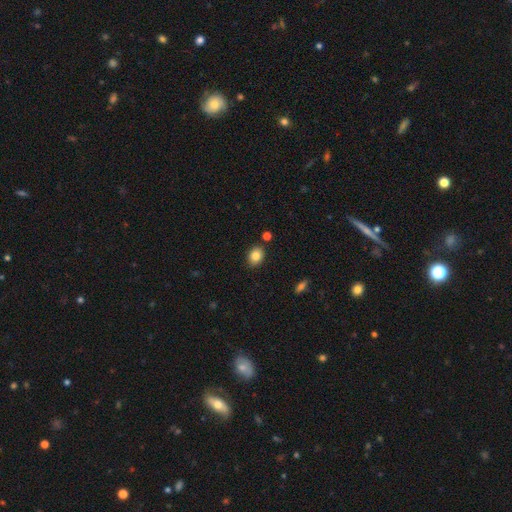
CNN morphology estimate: A smooth galaxy with no disk features (85%) that is in between round and cigar-shaped (62%).

Vote fractions:
- Smooth or featured? smooth: 85% / star or artifact: 9% / featured or disk: 6%
- How rounded? in between: 62% / round: 37% / cigar-shaped: 1%
- Merging? none: 85% / minor disturbance: 9% / merger: 4% / major disturbance: 2%